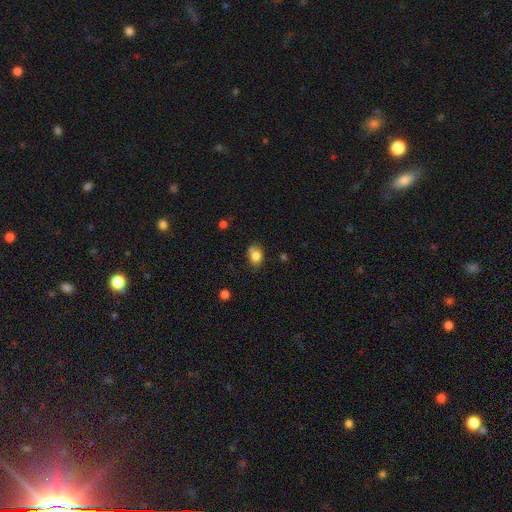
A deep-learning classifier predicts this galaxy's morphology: This appears to be a smooth galaxy with no disk features (82%) that is in between round and cigar-shaped (63%). Merging: none (59%).